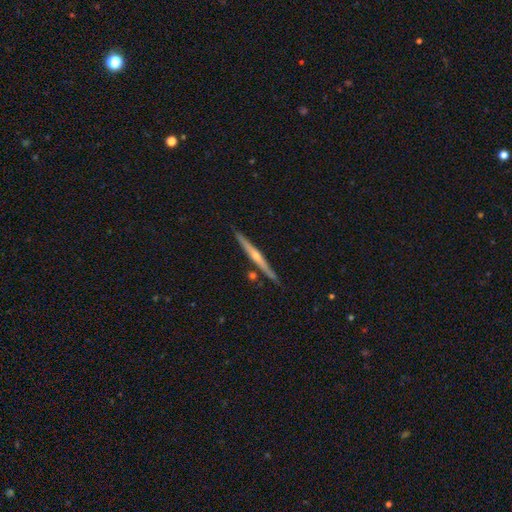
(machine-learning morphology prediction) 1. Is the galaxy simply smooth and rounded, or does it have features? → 79% featured or disk, 15% smooth, 6% star or artifact.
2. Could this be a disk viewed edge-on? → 98% yes, 2% no.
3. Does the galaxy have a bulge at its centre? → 76% rounded, 18% none, 6% boxy.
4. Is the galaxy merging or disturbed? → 88% none, 8% minor disturbance, 3% merger, 2% major disturbance.